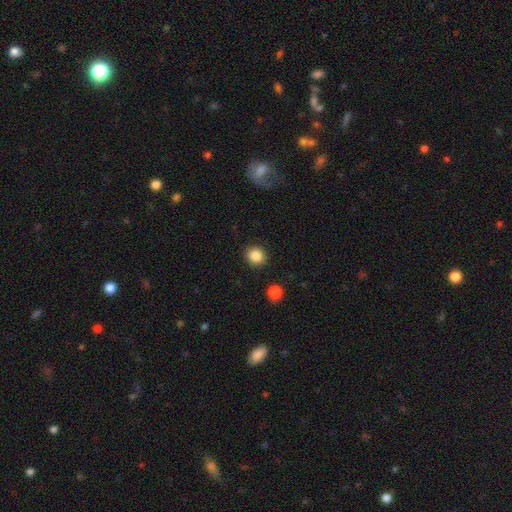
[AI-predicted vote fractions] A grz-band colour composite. It shows a smooth galaxy with no disk features (86%) that is round (84%). Merging: none (90%).